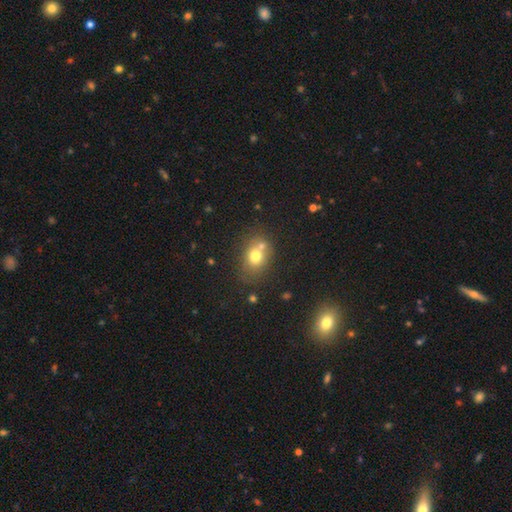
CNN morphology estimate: The model was most divided on "how rounded": in between: 50%, round: 49%, cigar-shaped: 1%. Remaining: smooth or featured — smooth (69%); merging — none (48%).